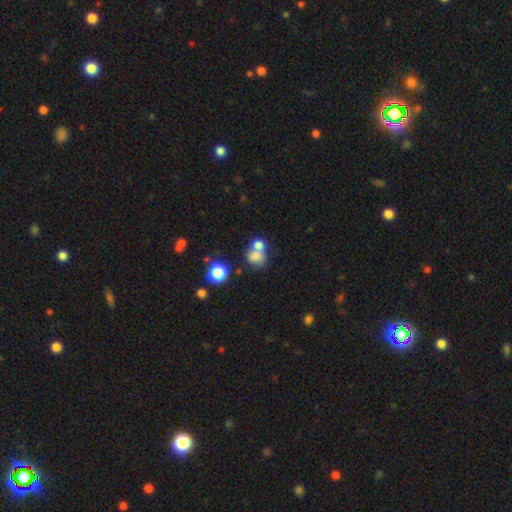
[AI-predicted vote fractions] Morphology: type=smooth (75%); roundness=round (68%); merging=merger (48%).